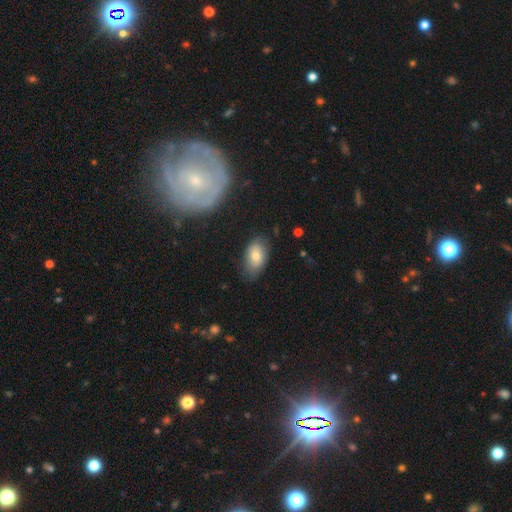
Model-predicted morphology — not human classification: smooth_or_featured: smooth (p=0.71) [alt: featured or disk p=0.20]
how_rounded: in between (p=0.90) [alt: round p=0.08]
merging: none (p=0.72) [alt: minor disturbance p=0.22]